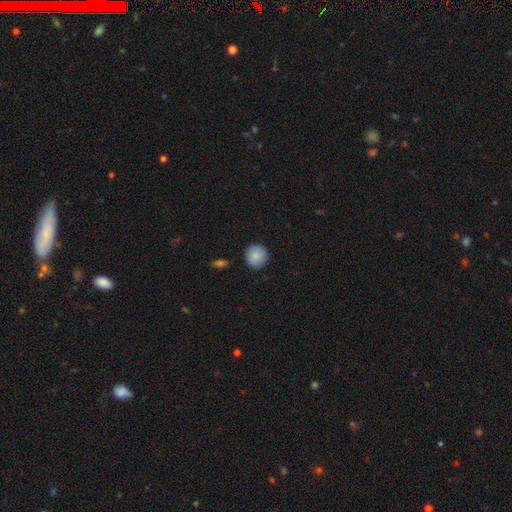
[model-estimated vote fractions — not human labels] Overall: smooth (87%). How rounded: round (93%). Merging: none (89%).